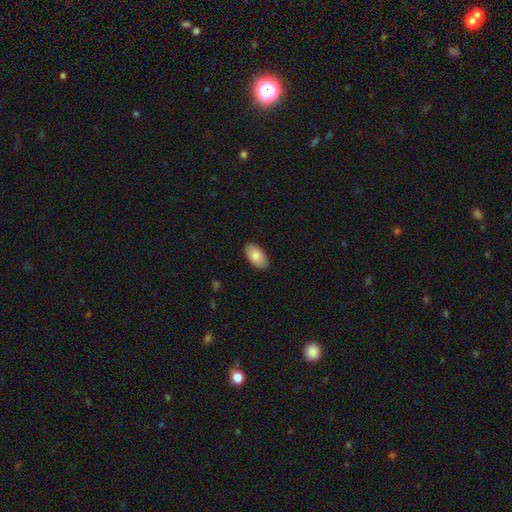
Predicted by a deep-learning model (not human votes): Smooth or featured? smooth (83%)
How rounded? in between (95%)
Merging? none (88%)